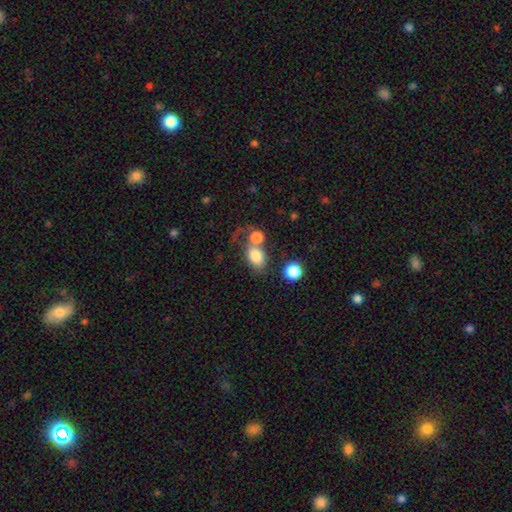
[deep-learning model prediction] Overall: smooth (80%). How rounded: in between (66%; round 32%). Merging: merger (40%; none 38%).